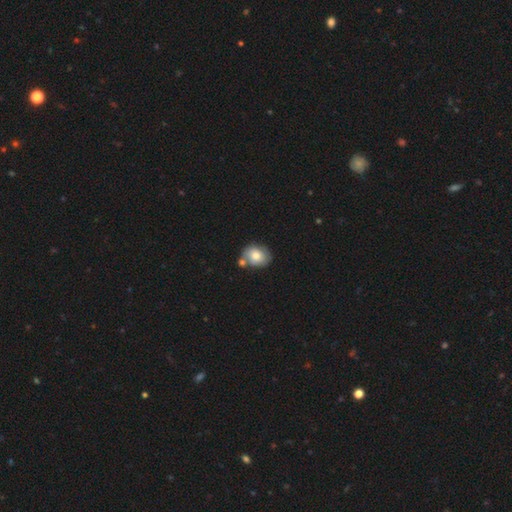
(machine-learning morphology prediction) smooth-or-featured: smooth: 70% | featured or disk: 22% | star or artifact: 8%
  how-rounded: round: 50% | in between: 49% | cigar-shaped: 1%
  merging: none: 55% | merger: 23% | minor disturbance: 17% | major disturbance: 5%